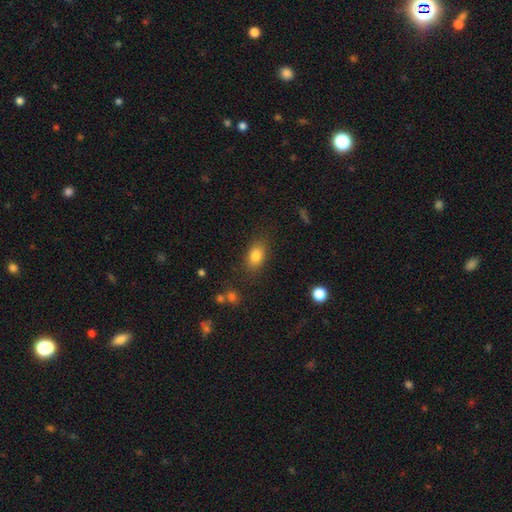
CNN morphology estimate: type=smooth (82%); roundness=in between (82%); merging=none (81%).